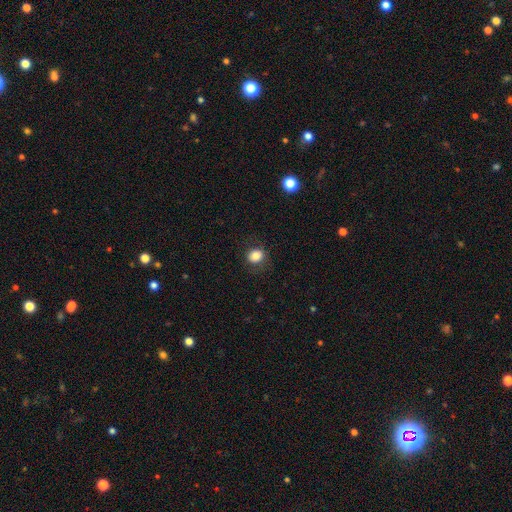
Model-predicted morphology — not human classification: Smooth or featured? Predicted: smooth (p=0.83). How rounded? Predicted: round (p=0.67). Merging? Predicted: none (p=0.82).